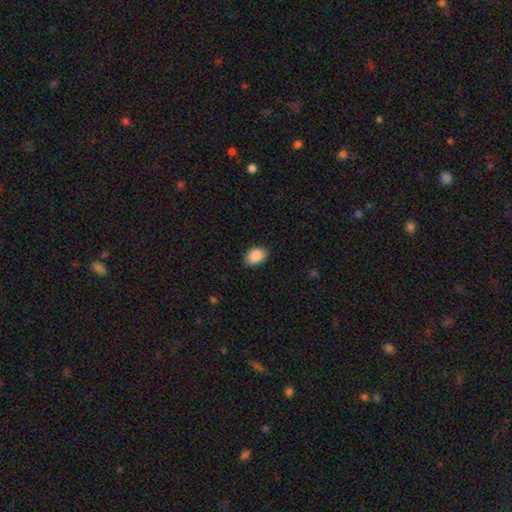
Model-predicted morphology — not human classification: This appears to be a smooth galaxy with no disk features (90%) that is in between round and cigar-shaped (80%). Merging: none (87%).